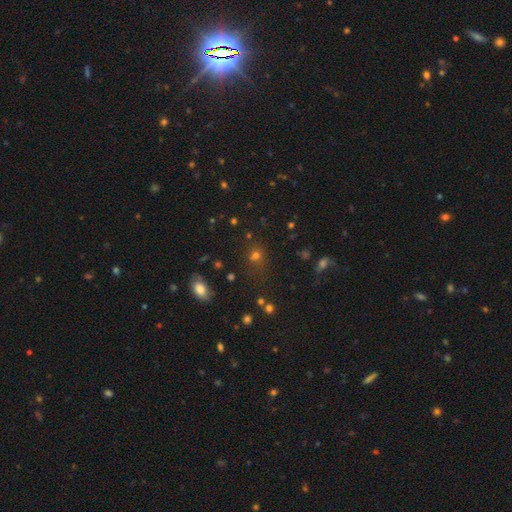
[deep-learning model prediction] Smooth or featured? Predicted: smooth (p=0.63). How rounded? Predicted: round (p=0.71). Merging? Predicted: none (p=0.70).